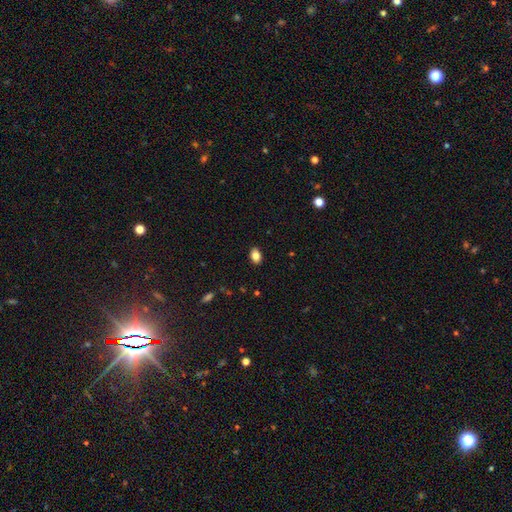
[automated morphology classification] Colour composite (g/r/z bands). It shows a smooth galaxy with no disk features (85%) that is in between round and cigar-shaped (84%). Merging: none (89%).